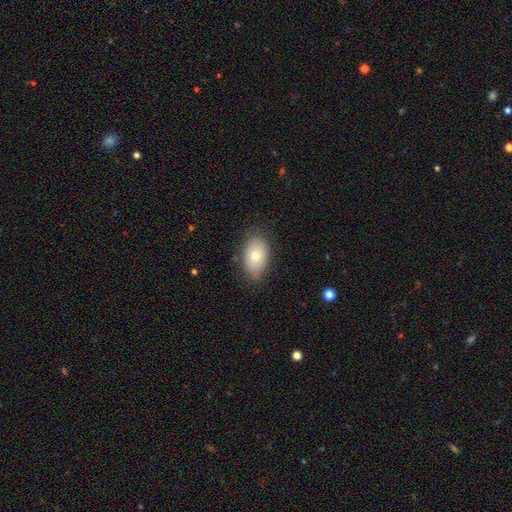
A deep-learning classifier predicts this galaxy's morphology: The model was most divided on "smooth or featured": smooth: 73%, featured or disk: 19%, star or artifact: 8%. More confident: how rounded — in between (89%); merging — none (80%).